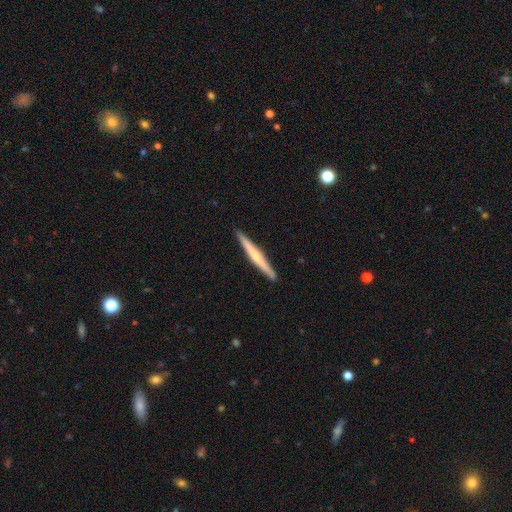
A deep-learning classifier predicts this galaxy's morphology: type=featured or disk (58%); edge-on=yes (98%); edge-on bulge=rounded (60%); merging=none (92%).